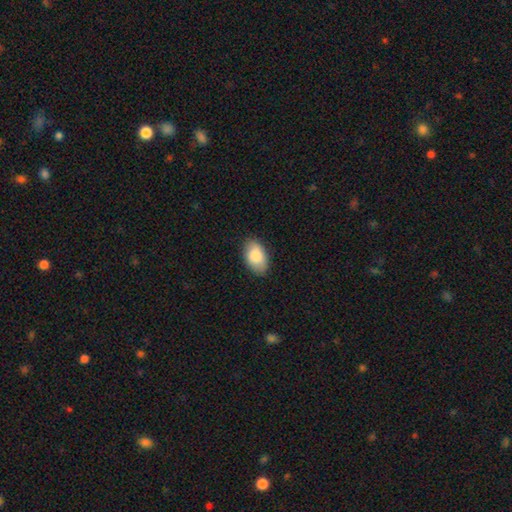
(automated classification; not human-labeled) Morphology: type=smooth (87%); roundness=in between (94%); merging=none (86%).